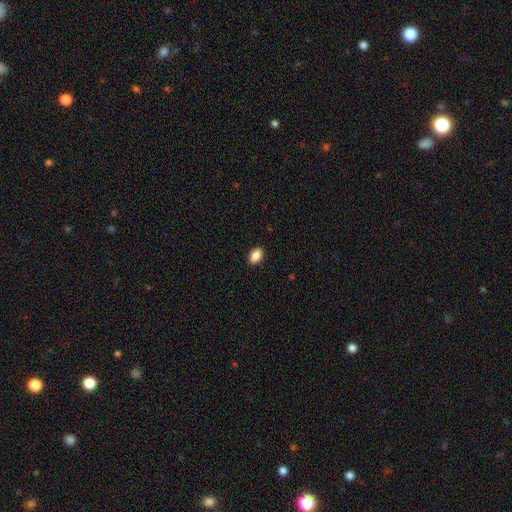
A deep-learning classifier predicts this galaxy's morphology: Smooth or featured: smooth — 88% (star or artifact — 8%)
How rounded: in between — 88% (round — 10%)
Merging: none — 90% (minor disturbance — 7%)